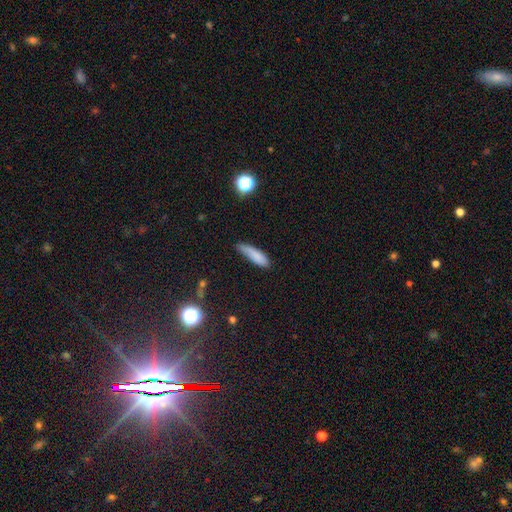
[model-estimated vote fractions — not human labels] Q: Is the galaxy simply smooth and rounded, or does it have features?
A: smooth — 80%.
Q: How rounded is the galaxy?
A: cigar-shaped — 66%.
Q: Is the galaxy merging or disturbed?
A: none — 56%.